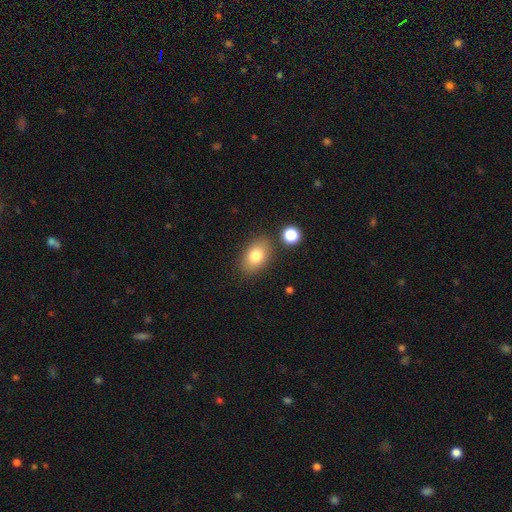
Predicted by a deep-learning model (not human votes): A smooth galaxy with no disk features (79%) that is in between round and cigar-shaped (85%).

Vote fractions:
- Smooth or featured? smooth: 79% / featured or disk: 12% / star or artifact: 9%
- How rounded? in between: 85% / round: 13% / cigar-shaped: 2%
- Merging? none: 81% / minor disturbance: 11% / merger: 5% / major disturbance: 3%